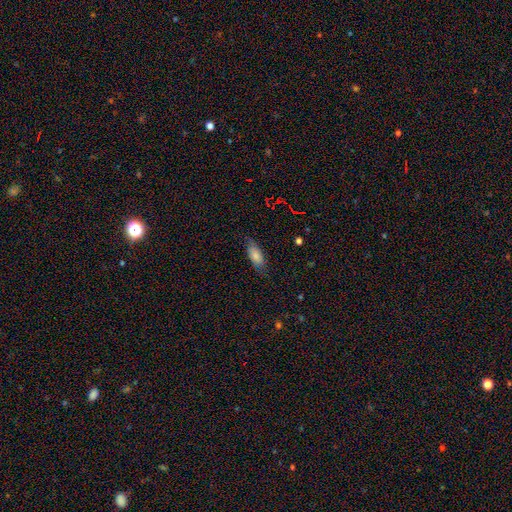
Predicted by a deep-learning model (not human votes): This appears to be a smooth galaxy with no disk features (75%) that is in between round and cigar-shaped (81%). Merging: none (71%).